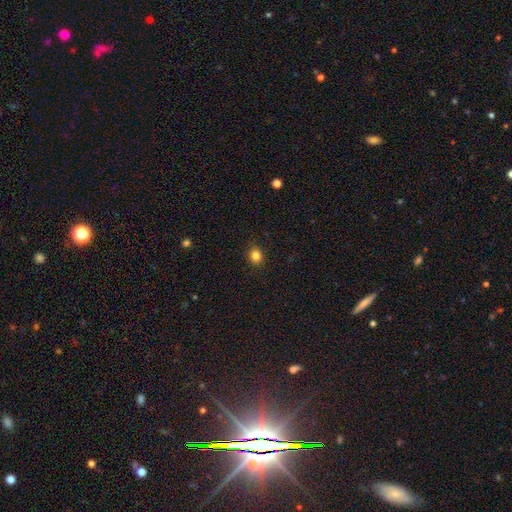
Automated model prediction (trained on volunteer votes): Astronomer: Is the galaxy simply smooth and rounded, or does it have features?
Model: smooth — 84%.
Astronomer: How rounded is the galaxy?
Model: round — 75%.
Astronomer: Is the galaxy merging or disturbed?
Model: none — 90%.